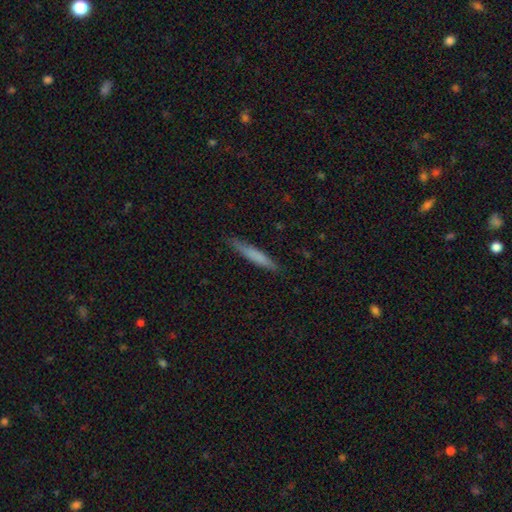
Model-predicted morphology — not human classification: This appears to be a smooth galaxy with no disk features (72%) that is cigar-shaped (94%). Merging: none (86%).